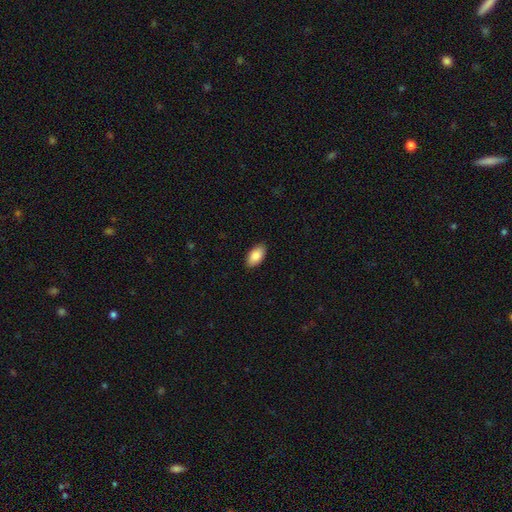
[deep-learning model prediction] Smooth or featured? Predicted: smooth (p=0.87). How rounded? Predicted: in between (p=0.95). Merging? Predicted: none (p=0.89).